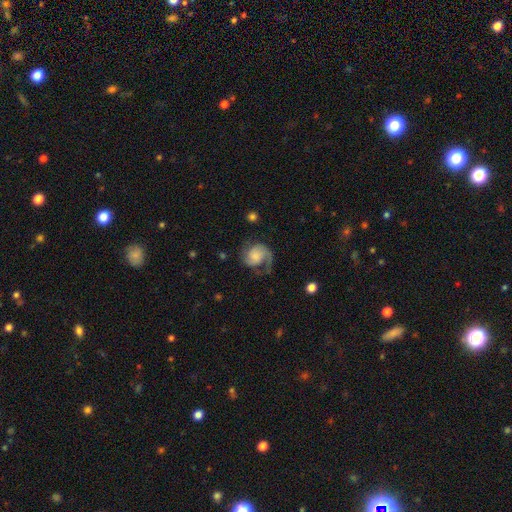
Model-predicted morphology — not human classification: Smooth or featured? Predicted: featured or disk (p=0.73). Edge-on disk? Predicted: no (p=0.98). Bar? Predicted: no (p=0.68). Spiral arms? Predicted: yes (p=0.95). Spiral winding? Predicted: medium (p=0.44). Spiral arm count? Predicted: 2 (p=0.52). Bulge size? Predicted: small (p=0.32). Merging? Predicted: none (p=0.51).